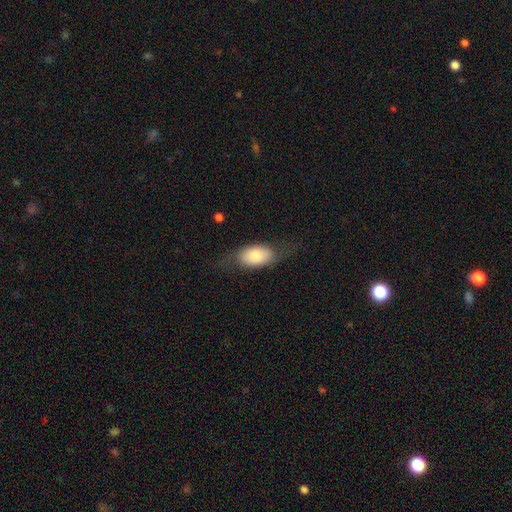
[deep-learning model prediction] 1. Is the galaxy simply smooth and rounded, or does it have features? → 71% smooth, 23% featured or disk, 7% star or artifact.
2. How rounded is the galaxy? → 89% in between, 6% round, 5% cigar-shaped.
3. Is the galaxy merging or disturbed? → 61% none, 22% minor disturbance, 15% major disturbance, 1% merger.